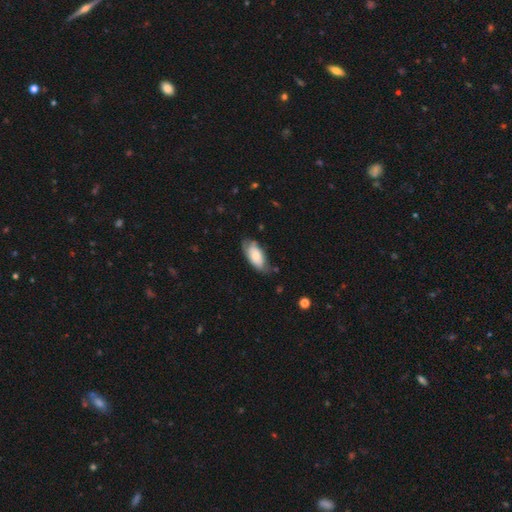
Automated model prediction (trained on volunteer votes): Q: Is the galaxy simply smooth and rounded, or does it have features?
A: smooth — 62%.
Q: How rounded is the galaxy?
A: in between — 89%.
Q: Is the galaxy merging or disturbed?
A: none — 60%.